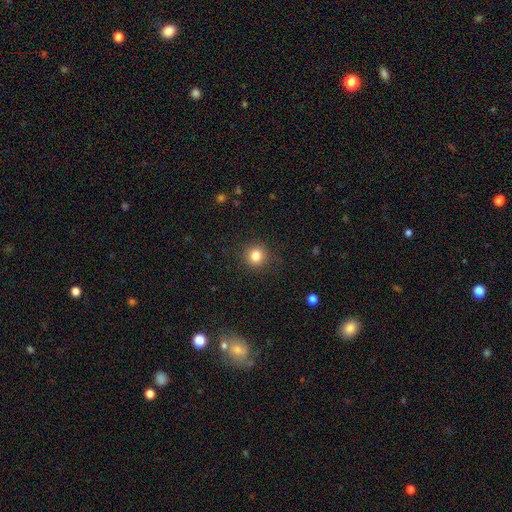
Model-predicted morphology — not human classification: The model was most divided on "smooth or featured": smooth: 82%, star or artifact: 12%, featured or disk: 6%. More confident: how rounded — round (93%); merging — none (90%).